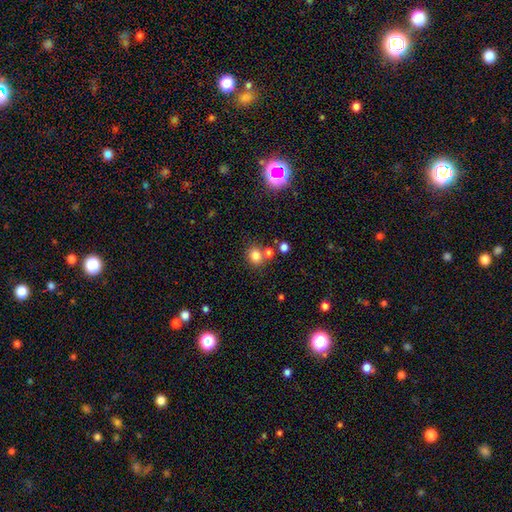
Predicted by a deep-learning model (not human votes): A smooth galaxy with no disk features (79%) that is round (69%).

Vote fractions:
- Smooth or featured? smooth: 79% / star or artifact: 14% / featured or disk: 7%
- How rounded? round: 69% / in between: 30% / cigar-shaped: 1%
- Merging? none: 67% / merger: 19% / minor disturbance: 10% / major disturbance: 3%